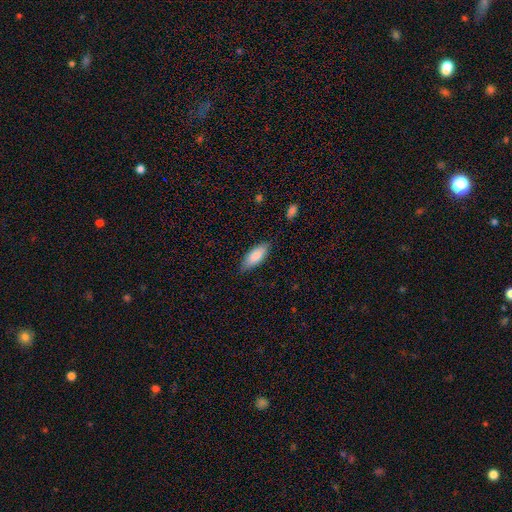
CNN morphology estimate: Q: Smooth or featured?
A: smooth (84%); runner-up: featured or disk (10%)
Q: How rounded?
A: in between (76%); runner-up: cigar-shaped (23%)
Q: Merging?
A: none (80%); runner-up: minor disturbance (16%)